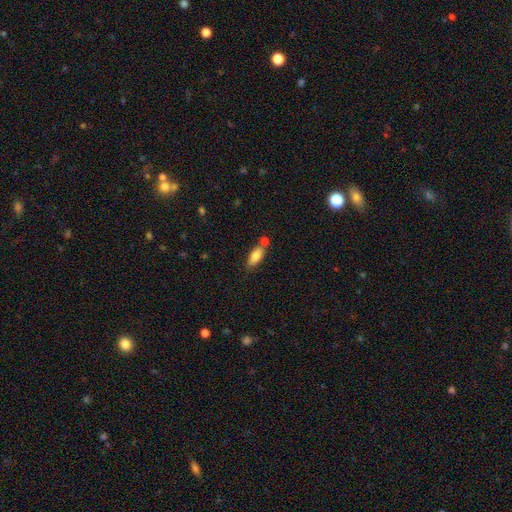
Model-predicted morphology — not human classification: Smooth or featured? smooth (81%)
How rounded? in between (78%)
Merging? none (59%)